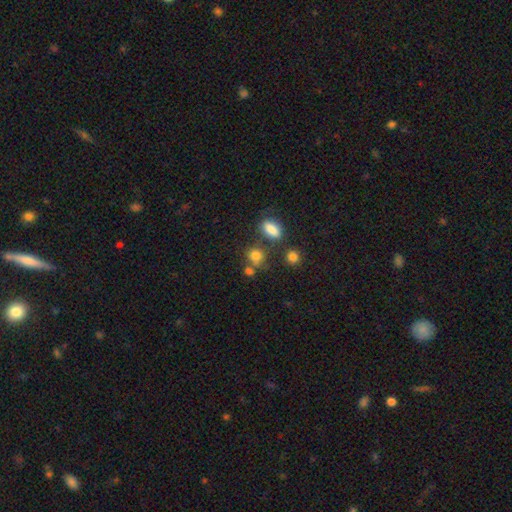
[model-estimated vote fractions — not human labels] Q: Smooth or featured?
A: smooth (80%); runner-up: star or artifact (12%)
Q: How rounded?
A: round (66%); runner-up: in between (32%)
Q: Merging?
A: none (57%); runner-up: merger (22%)